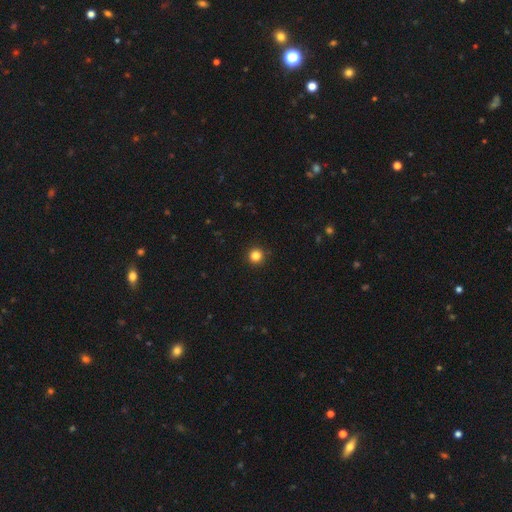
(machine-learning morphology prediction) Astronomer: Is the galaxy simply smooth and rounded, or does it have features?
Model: smooth — 83%.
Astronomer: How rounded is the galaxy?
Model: round — 96%.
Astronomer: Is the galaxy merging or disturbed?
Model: none — 93%.